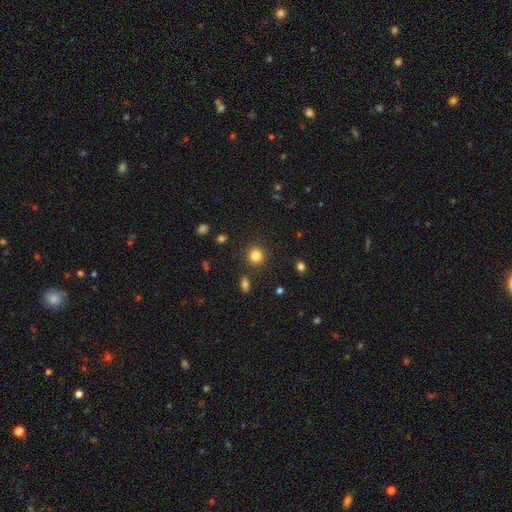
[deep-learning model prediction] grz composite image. It shows a smooth galaxy with no disk features (83%) that is round (91%). Merging: none (88%).